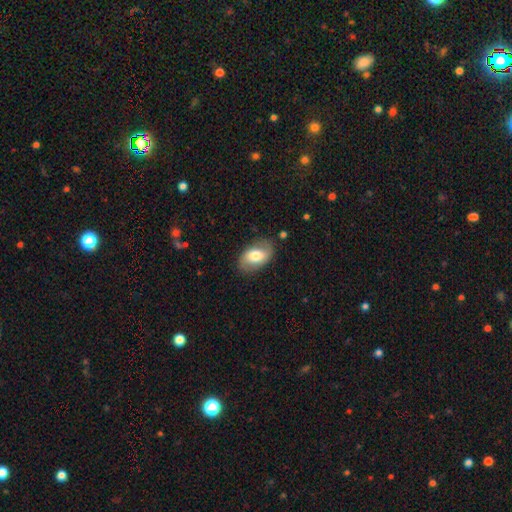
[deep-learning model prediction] Morphology: type=smooth (60%); roundness=in between (89%); merging=none (79%).